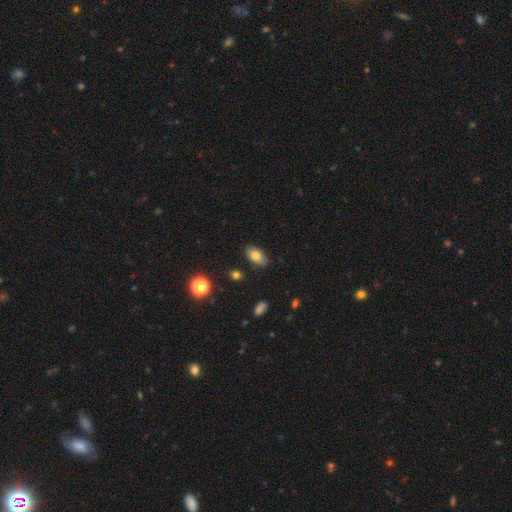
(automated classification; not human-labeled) Smooth or featured? smooth (79%)
How rounded? in between (91%)
Merging? none (84%)